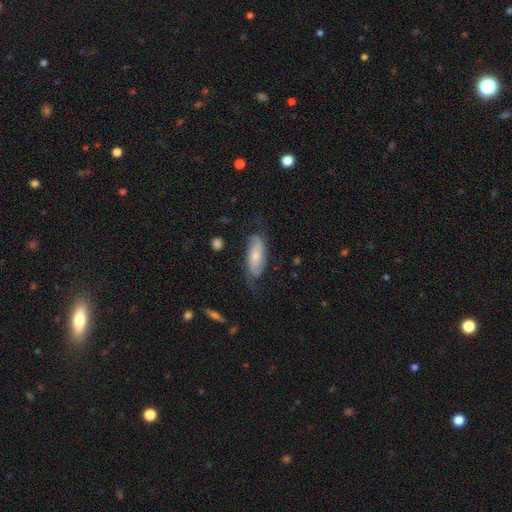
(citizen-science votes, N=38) featured or disk 55%, smooth 39%, star or artifact 5%. Down the decision tree: edge-on disk — no (100%); bar — no (67%); spiral arms — yes (100%); spiral arm count — 2 (81%); spiral winding — loose (57%); bulge size — small (81%); merging — none (67%).